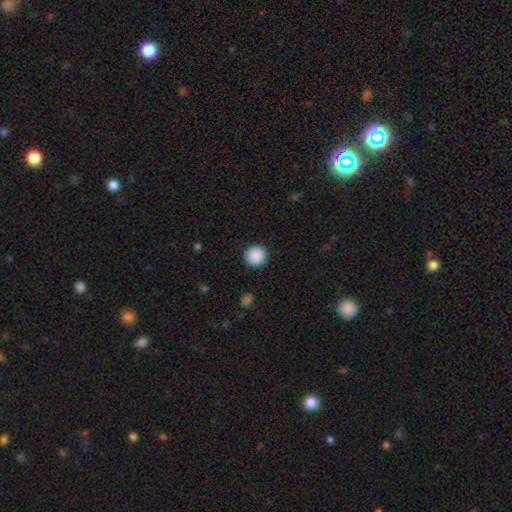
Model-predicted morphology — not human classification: Q: Smooth or featured?
A: smooth (90%); runner-up: star or artifact (8%)
Q: How rounded?
A: round (94%); runner-up: in between (5%)
Q: Merging?
A: none (92%); runner-up: minor disturbance (5%)